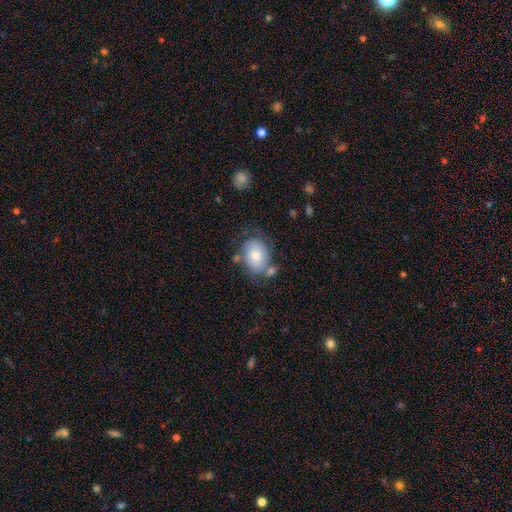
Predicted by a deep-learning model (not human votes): Smooth or featured: smooth — 70% (featured or disk — 23%)
How rounded: in between — 68% (round — 31%)
Merging: none — 52% (minor disturbance — 24%)